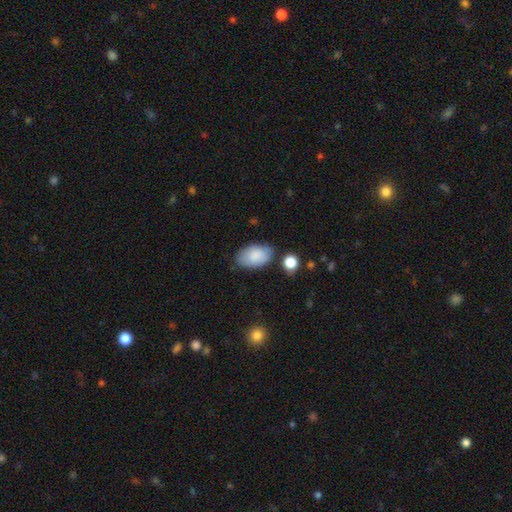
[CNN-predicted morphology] Smooth or featured? smooth (85%)
How rounded? in between (94%)
Merging? none (70%)